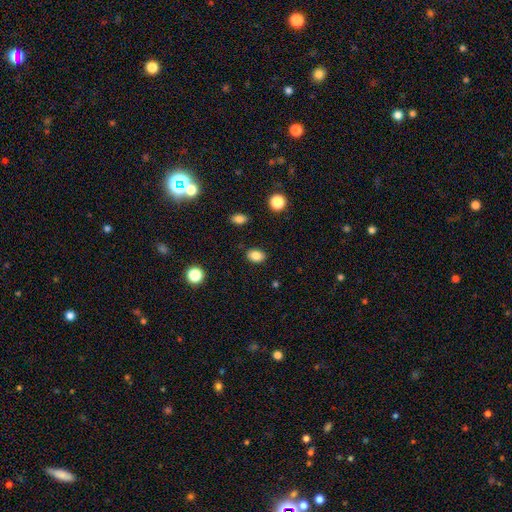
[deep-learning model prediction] This is clearly a smooth galaxy (84%). How rounded: likely in between (74%). Merging: clearly none (87%).